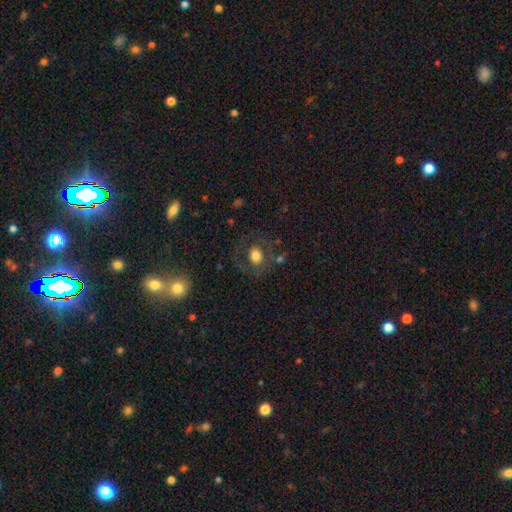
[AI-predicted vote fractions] The model was most divided on "how rounded": round: 65%, in between: 34%, cigar-shaped: 1%. More confident: merging — none (70%); smooth or featured — smooth (61%).